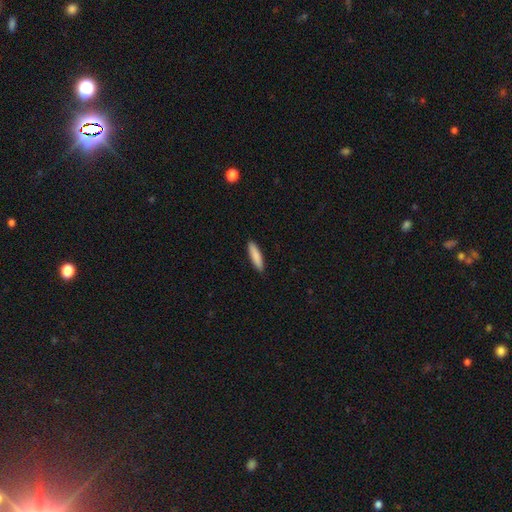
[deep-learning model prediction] A smooth galaxy with no disk features (87%) that is cigar-shaped (78%).

Vote fractions:
- Smooth or featured? smooth: 87% / featured or disk: 8% / star or artifact: 5%
- How rounded? cigar-shaped: 78% / in between: 21% / round: 1%
- Merging? none: 90% / minor disturbance: 8% / major disturbance: 2% / merger: 1%